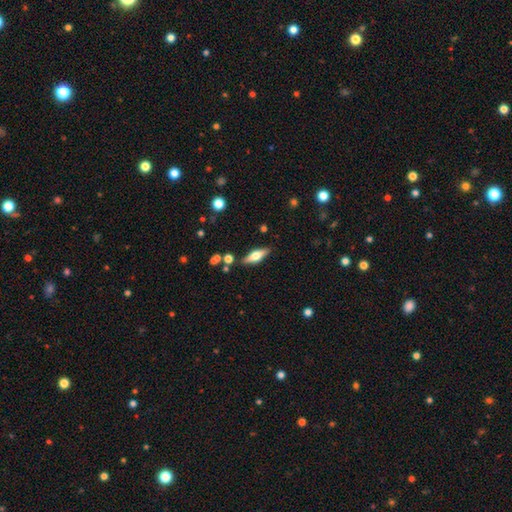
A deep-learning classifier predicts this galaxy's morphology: This is possibly a featured or disk galaxy (53%). It is clearly viewed edge-on (92%). Merging: clearly none (84%).